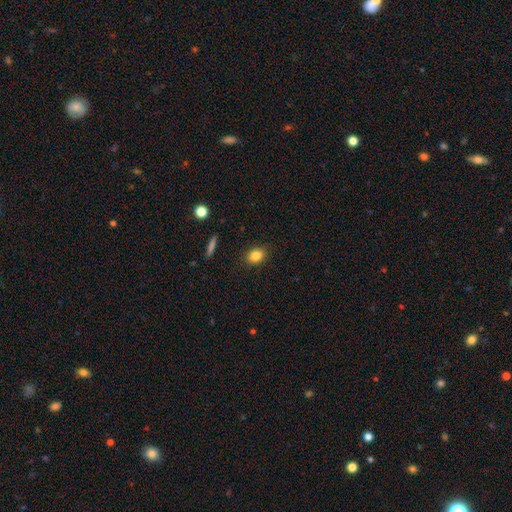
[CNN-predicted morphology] Smooth or featured: smooth — 84% (star or artifact — 10%)
How rounded: in between — 64% (round — 34%)
Merging: none — 87% (minor disturbance — 9%)